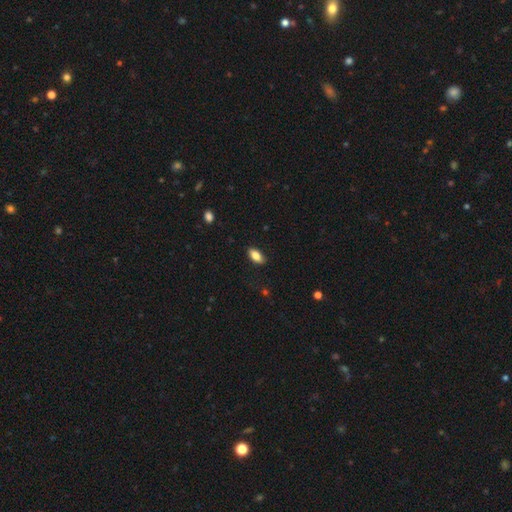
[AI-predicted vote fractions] This appears to be a smooth galaxy with no disk features (82%) that is in between round and cigar-shaped (89%). Merging: none (86%).